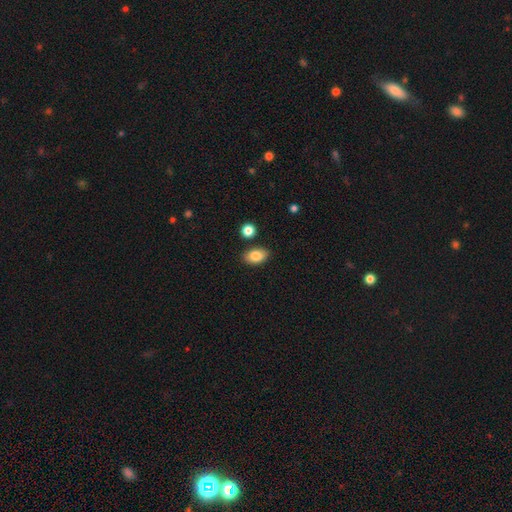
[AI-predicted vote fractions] smooth 85%, star or artifact 8%, featured or disk 8%. Down the decision tree: how rounded — in between (89%); merging — none (84%).